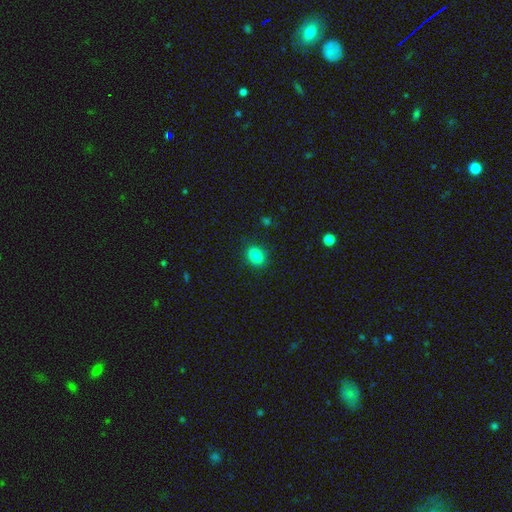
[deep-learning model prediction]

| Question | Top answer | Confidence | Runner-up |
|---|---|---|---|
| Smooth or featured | smooth | 86% | star or artifact (10%) |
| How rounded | in between | 66% | round (32%) |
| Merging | none | 88% | minor disturbance (9%) |